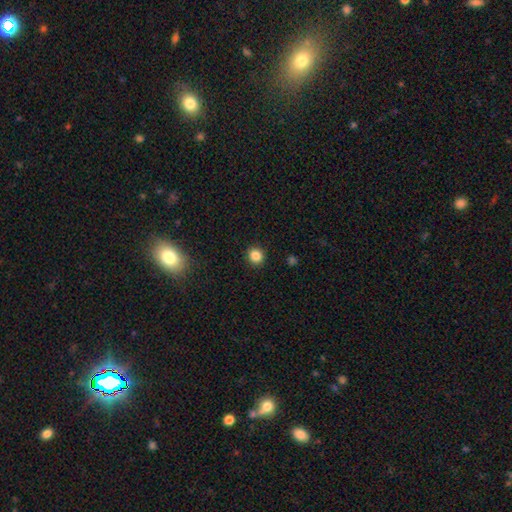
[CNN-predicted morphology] smooth_or_featured: smooth (p=0.84) [alt: star or artifact p=0.12]
how_rounded: round (p=0.87) [alt: in between p=0.12]
merging: none (p=0.91) [alt: minor disturbance p=0.06]